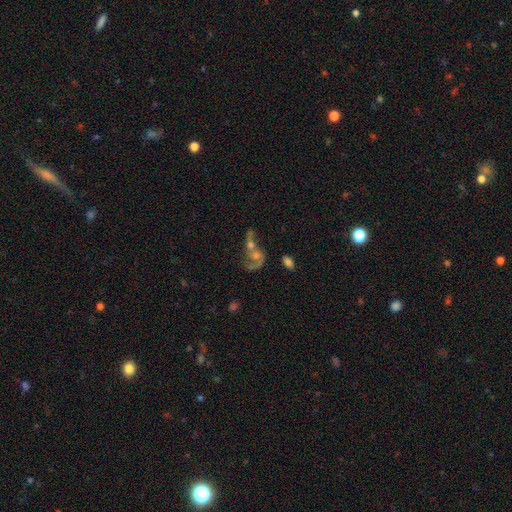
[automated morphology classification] This is likely a featured or disk galaxy (60%). It is clearly not viewed edge-on (95%). Bar: likely no (75%). Spiral arm pattern: likely yes (65%). Central bulge: marginally moderate (43%). Merging: possibly merger (57%).